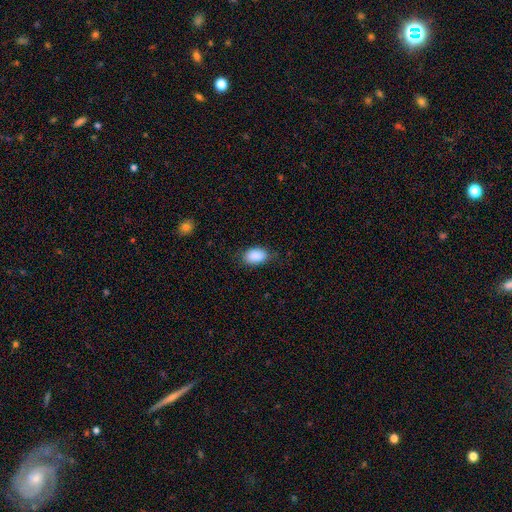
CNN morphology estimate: This is clearly a smooth galaxy (89%). How rounded: clearly in between (90%). Merging: likely none (76%).